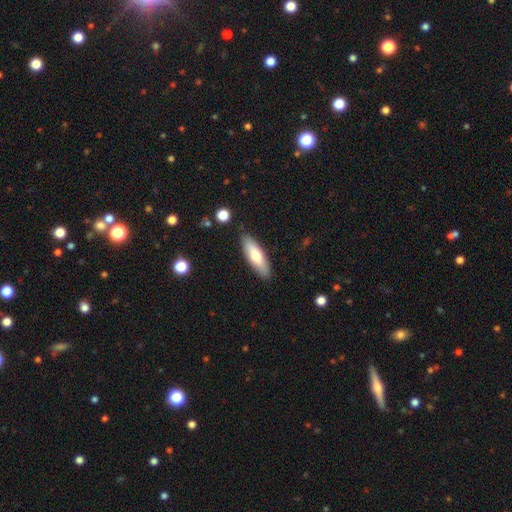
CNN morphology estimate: smooth 68%, featured or disk 27%, star or artifact 6%. Down the decision tree: how rounded — in between (53%); merging — none (87%).